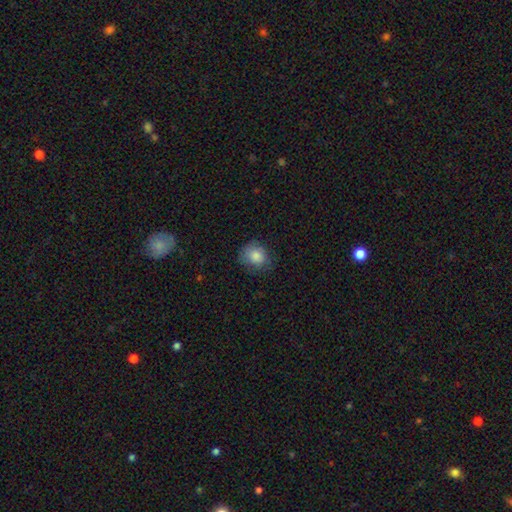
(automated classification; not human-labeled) Smooth or featured? Predicted: smooth (p=0.83). How rounded? Predicted: round (p=0.72). Merging? Predicted: none (p=0.71).